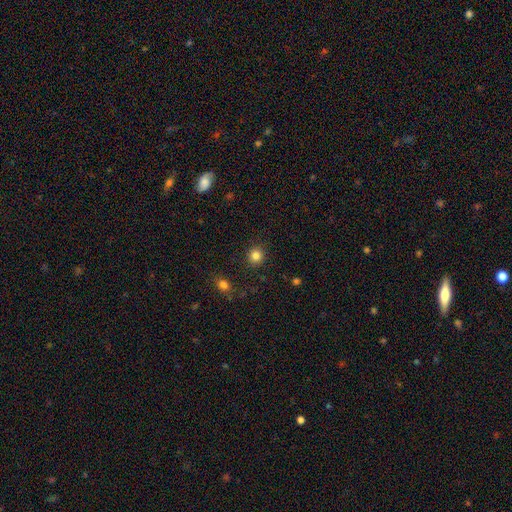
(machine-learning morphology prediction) smooth 84%, star or artifact 12%, featured or disk 5%. Down the decision tree: how rounded — round (90%); merging — none (90%).